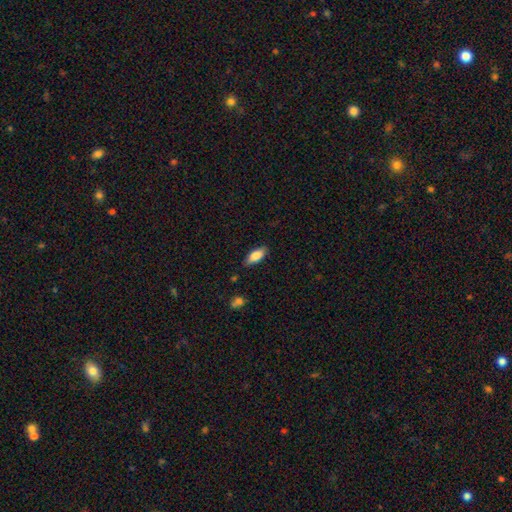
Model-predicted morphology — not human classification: This appears to be a smooth galaxy with no disk features (84%) that is in between round and cigar-shaped (82%). Merging: none (81%).